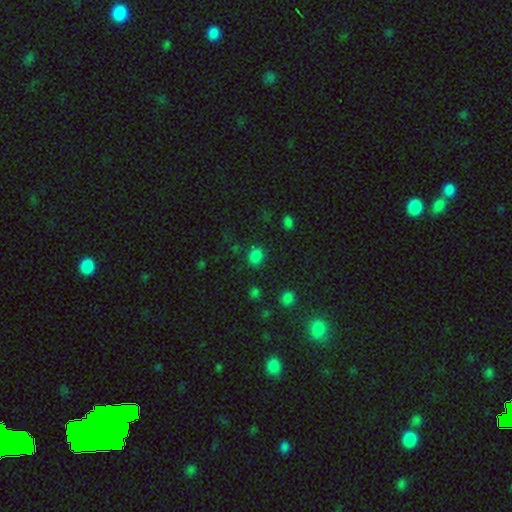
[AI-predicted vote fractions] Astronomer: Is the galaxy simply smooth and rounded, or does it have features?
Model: smooth — 78%.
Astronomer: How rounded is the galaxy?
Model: round — 65%.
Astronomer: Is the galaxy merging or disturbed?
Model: none — 80%.